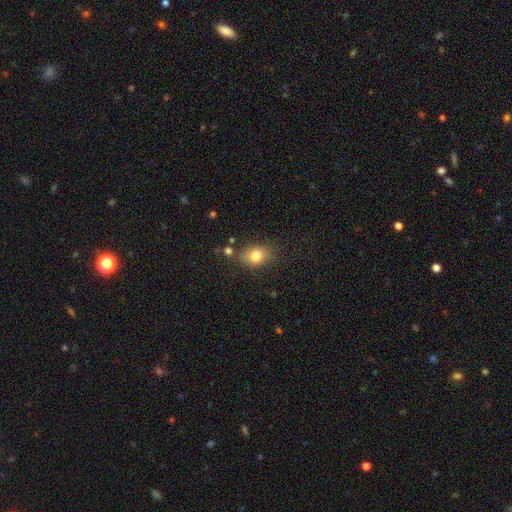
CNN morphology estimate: type=smooth (79%); roundness=in between (63%); merging=none (74%).